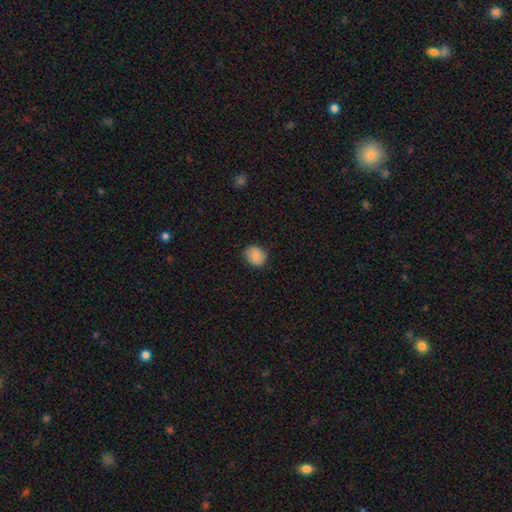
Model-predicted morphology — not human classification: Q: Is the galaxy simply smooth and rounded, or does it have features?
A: smooth — 85%.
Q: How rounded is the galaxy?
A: round — 66%.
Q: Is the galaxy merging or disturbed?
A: none — 84%.